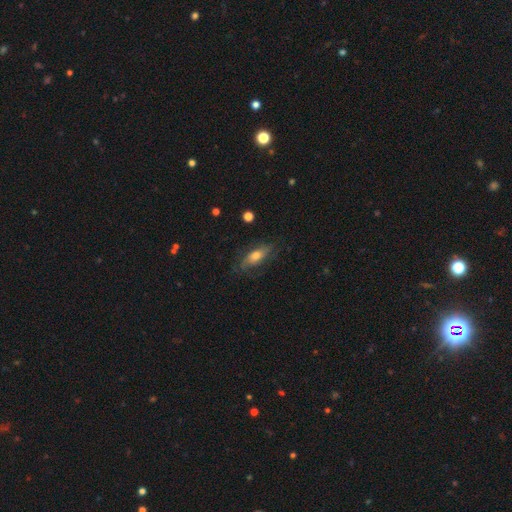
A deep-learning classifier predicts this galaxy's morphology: This is possibly a featured or disk galaxy (46%). Merging: likely none (65%).